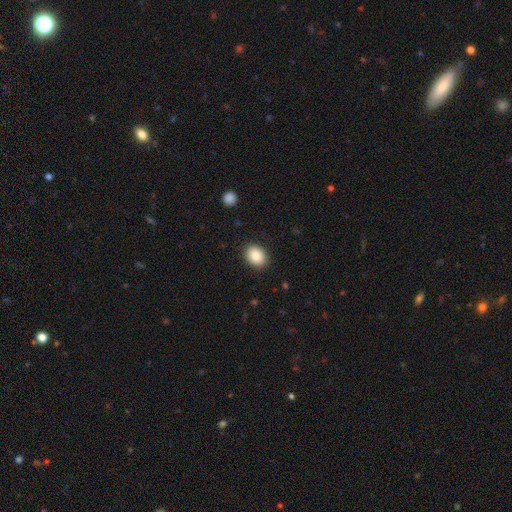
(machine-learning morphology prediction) smooth_or_featured: smooth (p=0.87) [alt: star or artifact p=0.08]
how_rounded: in between (p=0.64) [alt: round p=0.35]
merging: none (p=0.89) [alt: minor disturbance p=0.08]